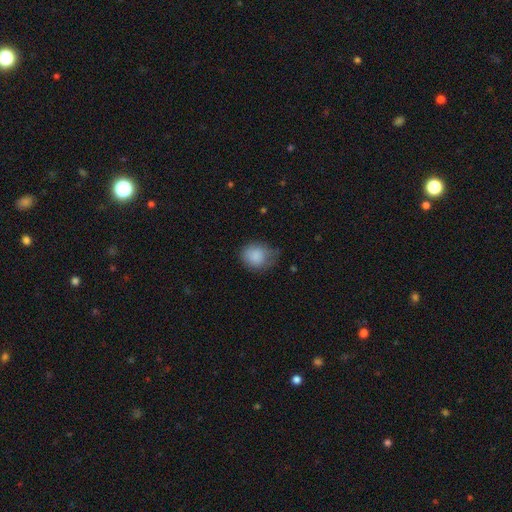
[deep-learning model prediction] Morphology: type=smooth (85%); roundness=round (71%); merging=none (56%).